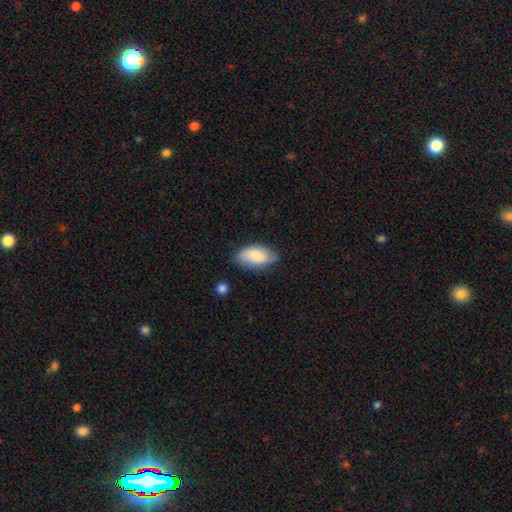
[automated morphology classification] This is likely a smooth galaxy (80%). How rounded: clearly in between (94%). Merging: likely none (65%).